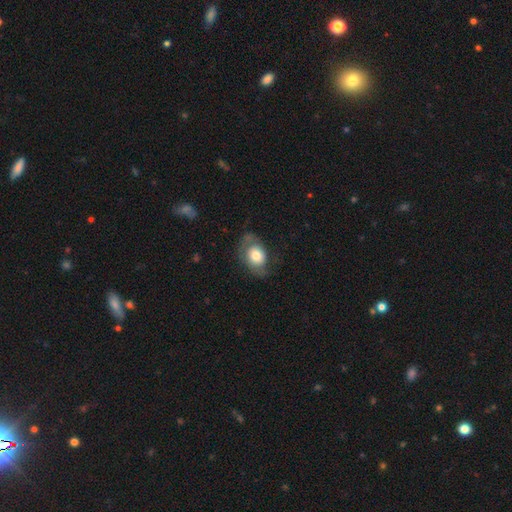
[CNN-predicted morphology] Smooth or featured? smooth (62%)
How rounded? in between (67%)
Merging? none (57%)